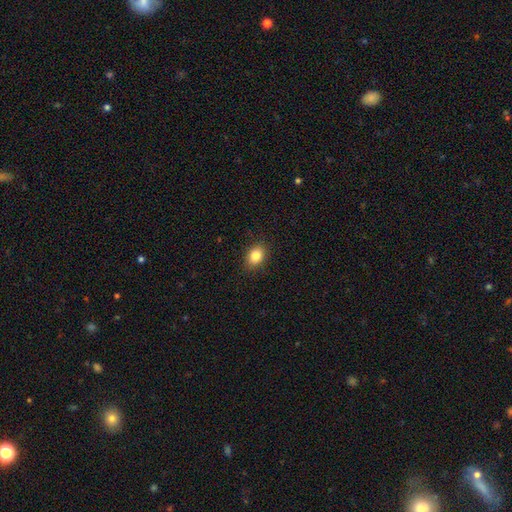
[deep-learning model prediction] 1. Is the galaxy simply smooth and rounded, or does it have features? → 84% smooth, 10% star or artifact, 6% featured or disk.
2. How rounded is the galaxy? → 69% in between, 30% round, 1% cigar-shaped.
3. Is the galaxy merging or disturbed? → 88% none, 9% minor disturbance, 2% major disturbance, 1% merger.